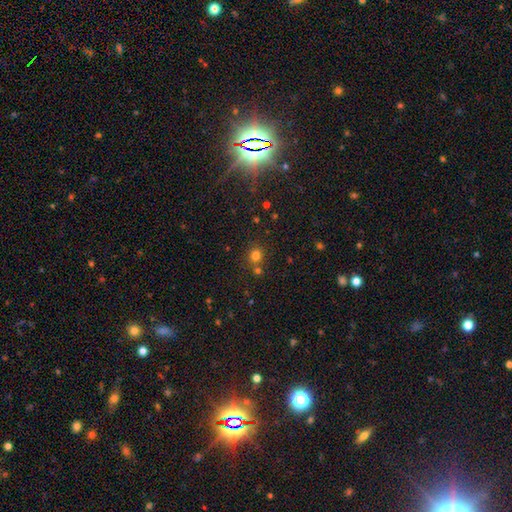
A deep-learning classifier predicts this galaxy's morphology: smooth_or_featured: smooth (p=0.76) [alt: star or artifact p=0.18]
how_rounded: round (p=0.84) [alt: in between p=0.16]
merging: none (p=0.70) [alt: merger p=0.19]